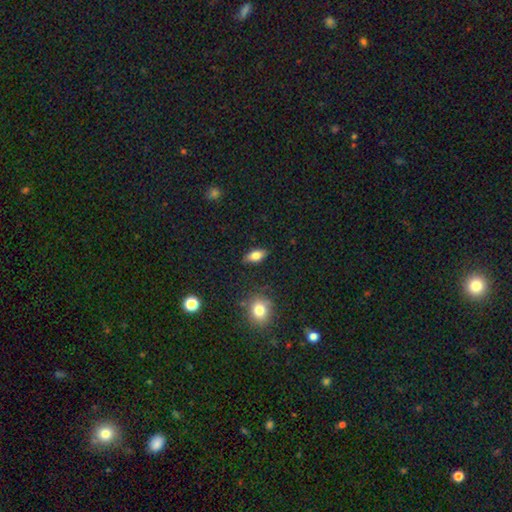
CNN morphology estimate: The model was most divided on "smooth or featured": smooth: 76%, featured or disk: 16%, star or artifact: 9%. More confident: merging — none (86%); how rounded — in between (85%).